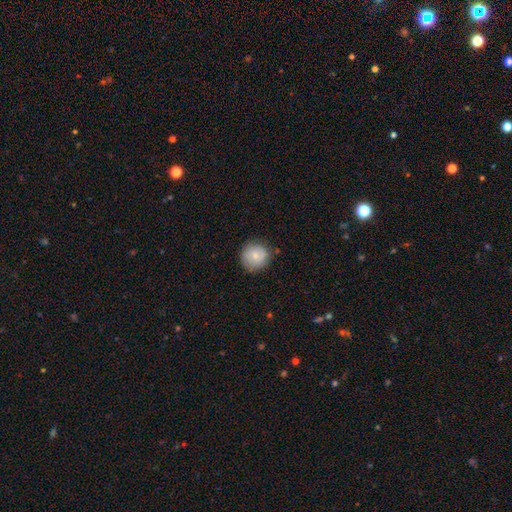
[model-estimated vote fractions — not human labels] Q: Smooth or featured?
A: smooth (74%); runner-up: featured or disk (19%)
Q: How rounded?
A: round (92%); runner-up: in between (7%)
Q: Merging?
A: none (80%); runner-up: minor disturbance (15%)